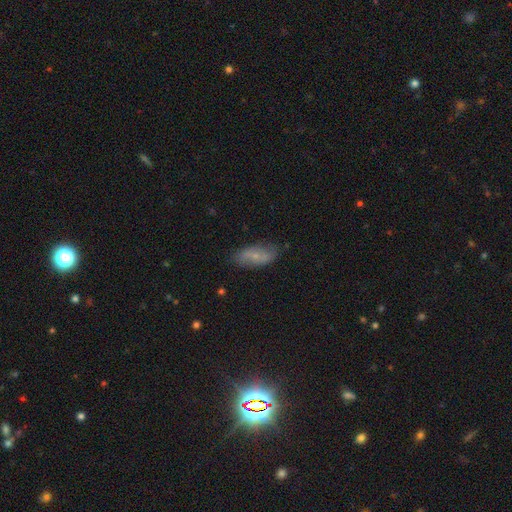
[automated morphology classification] Overall: smooth (53%; featured or disk 39%). How rounded: in between (83%). Merging: none (76%).